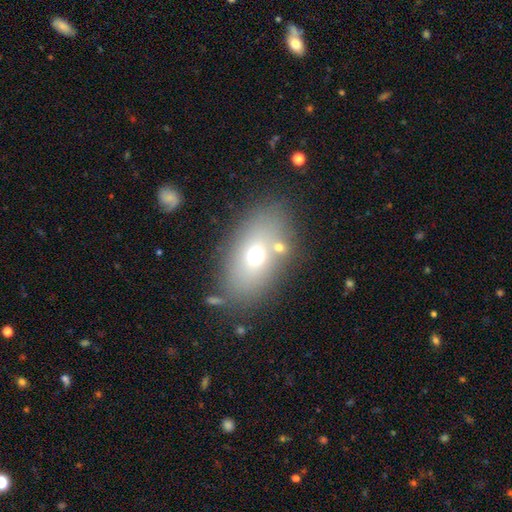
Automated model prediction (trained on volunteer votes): A smooth galaxy with no disk features (65%) that is in between round and cigar-shaped (79%). Merging: none (72%).